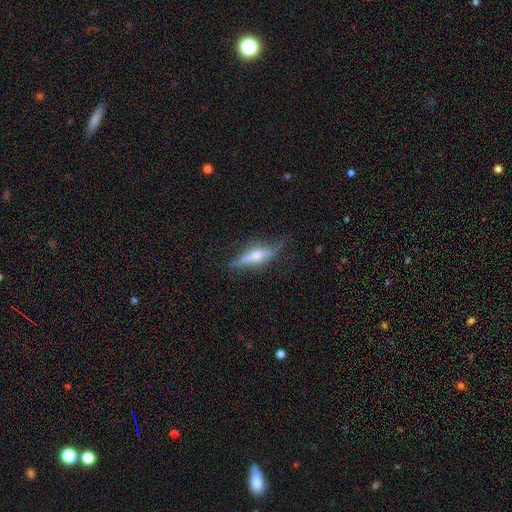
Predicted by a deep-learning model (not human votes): Smooth or featured: featured or disk — 66% (smooth — 27%)
Edge-on disk: yes — 89% (no — 11%)
Edge-on bulge: rounded — 86% (boxy — 9%)
Merging: none — 69% (minor disturbance — 22%)